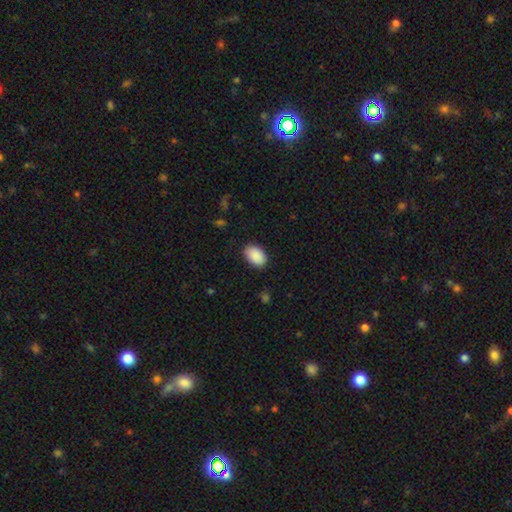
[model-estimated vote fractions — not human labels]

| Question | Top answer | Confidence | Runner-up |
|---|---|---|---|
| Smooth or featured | smooth | 90% | star or artifact (6%) |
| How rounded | in between | 90% | round (9%) |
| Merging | none | 86% | minor disturbance (11%) |